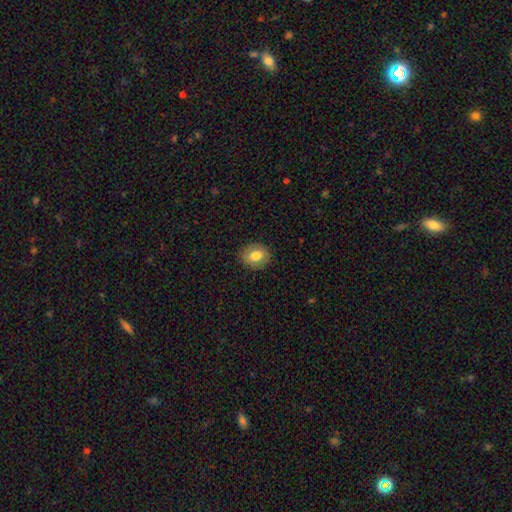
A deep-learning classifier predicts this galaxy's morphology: type=smooth (78%); roundness=round (55%); merging=none (88%).